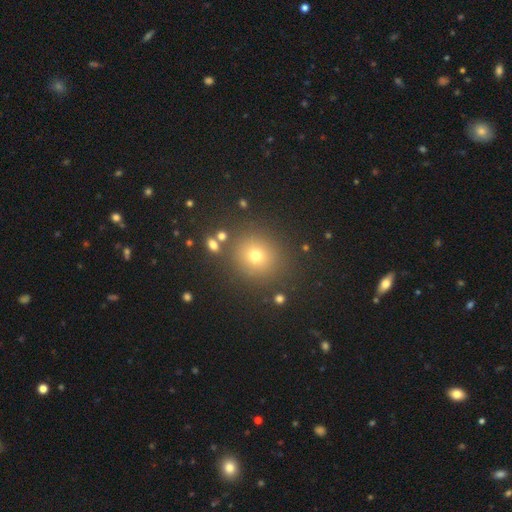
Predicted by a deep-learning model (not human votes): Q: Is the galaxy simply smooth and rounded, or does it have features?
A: smooth — 68%.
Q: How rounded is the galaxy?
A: round — 88%.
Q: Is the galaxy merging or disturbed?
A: none — 86%.